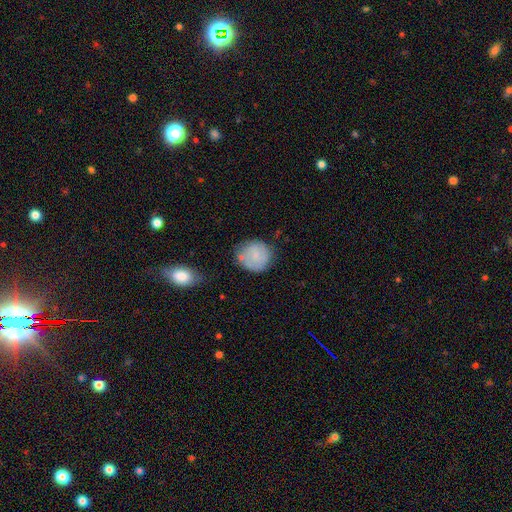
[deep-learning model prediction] Q: Smooth or featured?
A: smooth (69%); runner-up: featured or disk (24%)
Q: How rounded?
A: round (88%); runner-up: in between (11%)
Q: Merging?
A: none (64%); runner-up: minor disturbance (23%)